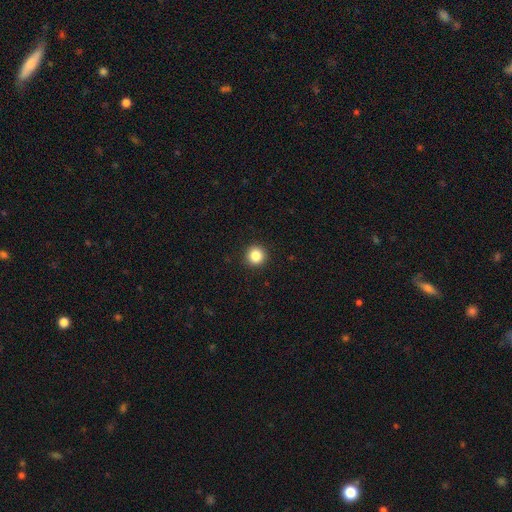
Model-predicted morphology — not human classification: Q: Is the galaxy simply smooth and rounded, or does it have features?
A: smooth — 85%.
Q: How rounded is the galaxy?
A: round — 95%.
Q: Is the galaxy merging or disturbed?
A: none — 93%.